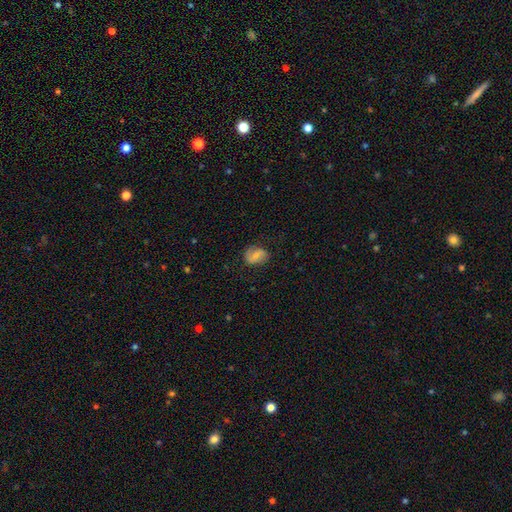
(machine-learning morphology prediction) smooth-or-featured: smooth: 50% | featured or disk: 42% | star or artifact: 8%
  how-rounded: in between: 62% | round: 36% | cigar-shaped: 2%
  merging: none: 75% | minor disturbance: 17% | major disturbance: 6% | merger: 1%